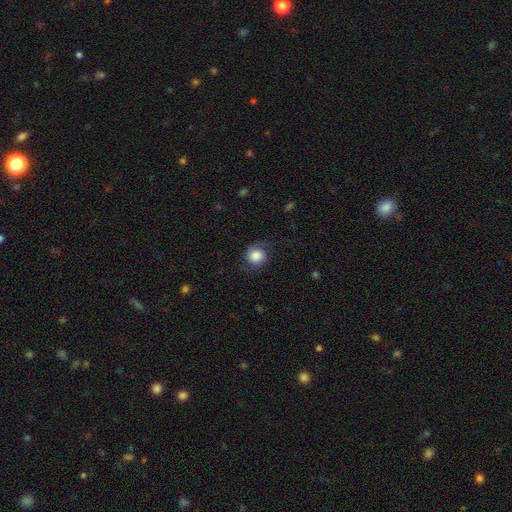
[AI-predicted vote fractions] A smooth galaxy with no disk features (67%) that is round (85%). Merging: none (71%).